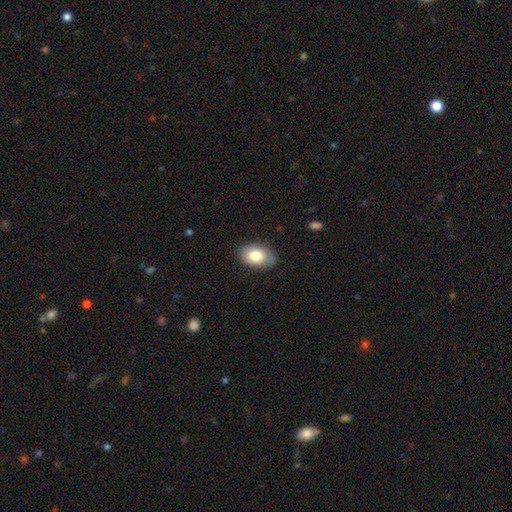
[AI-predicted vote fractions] Smooth or featured: smooth — 79% (featured or disk — 14%)
How rounded: in between — 88% (round — 11%)
Merging: none — 83% (minor disturbance — 13%)